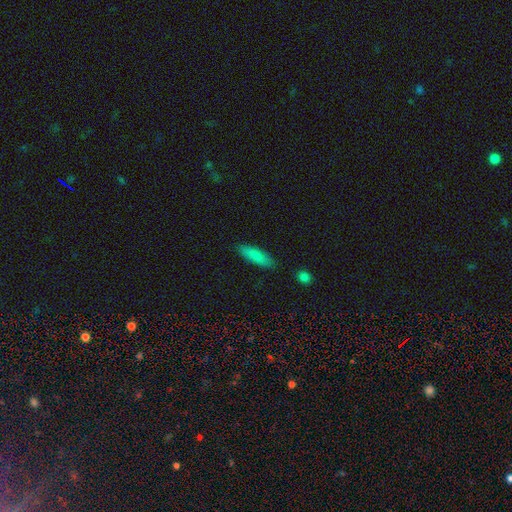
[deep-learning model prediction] Q: Smooth or featured?
A: smooth (84%); runner-up: featured or disk (10%)
Q: How rounded?
A: cigar-shaped (53%); runner-up: in between (46%)
Q: Merging?
A: none (87%); runner-up: minor disturbance (10%)